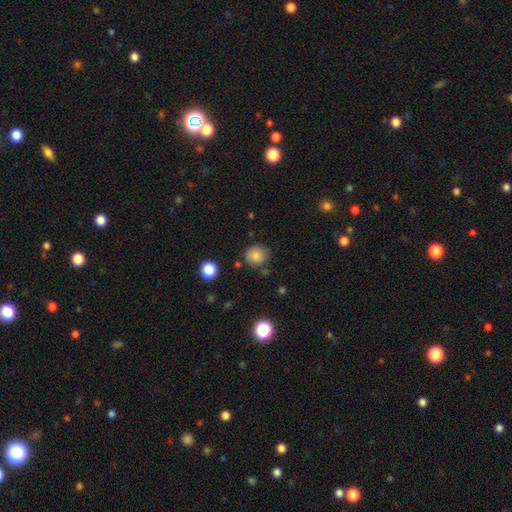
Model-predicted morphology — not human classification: A smooth galaxy with no disk features (82%) that is round (80%).

Vote fractions:
- Smooth or featured? smooth: 82% / star or artifact: 11% / featured or disk: 7%
- How rounded? round: 80% / in between: 19% / cigar-shaped: 1%
- Merging? none: 77% / minor disturbance: 15% / merger: 4% / major disturbance: 4%